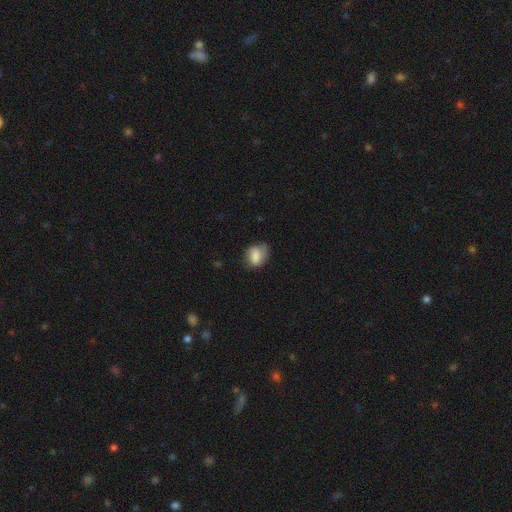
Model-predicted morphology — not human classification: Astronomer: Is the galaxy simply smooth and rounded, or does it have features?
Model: smooth — 73%.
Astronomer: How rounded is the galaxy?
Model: in between — 58% (runner-up: round, 41%).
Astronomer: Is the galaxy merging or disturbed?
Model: none — 58%.